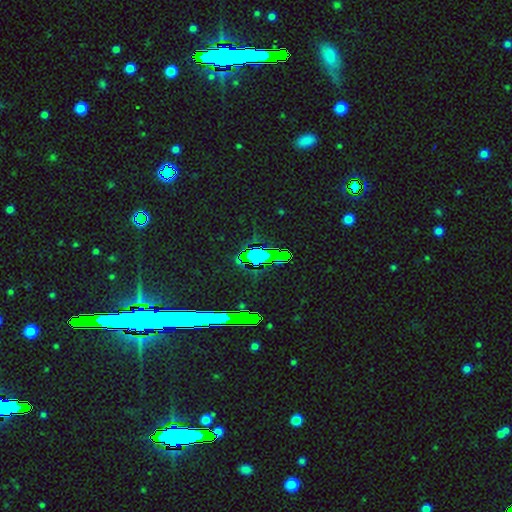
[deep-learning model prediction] This appears to be a star or artifact, not a galaxy (75%).